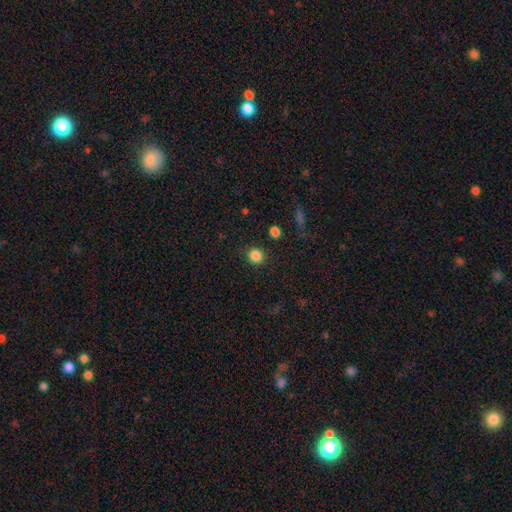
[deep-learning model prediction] Smooth or featured?
  - smooth: 84% *
  - star or artifact: 12%
  - featured or disk: 4%
How rounded?
  - round: 91% *
  - in between: 8%
  - cigar-shaped: 1%
Merging?
  - none: 90% *
  - minor disturbance: 6%
  - major disturbance: 3%
  - merger: 2%